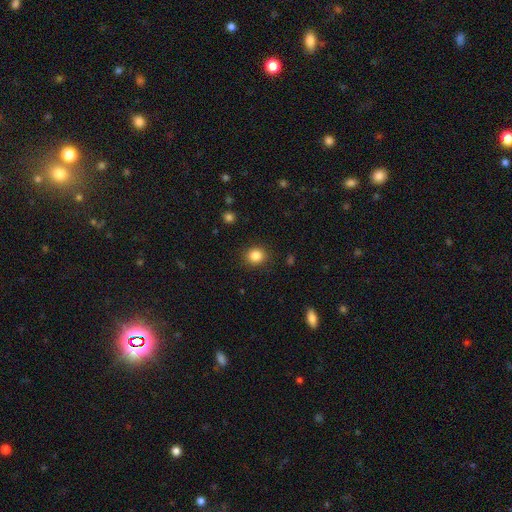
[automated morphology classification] Smooth or featured? smooth (85%)
How rounded? round (80%)
Merging? none (89%)